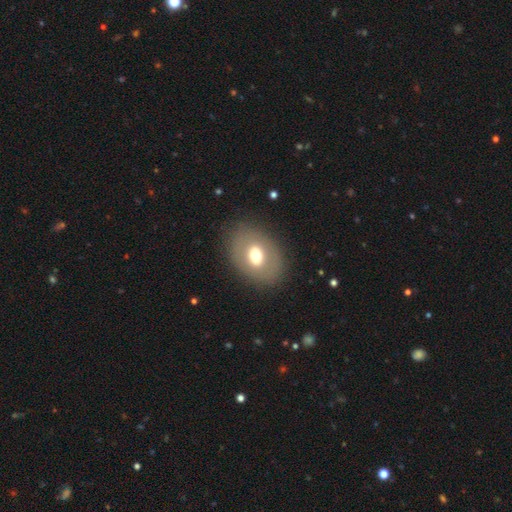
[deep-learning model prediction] smooth 60%, featured or disk 31%, star or artifact 9%. Down the decision tree: how rounded — in between (76%); merging — none (83%).